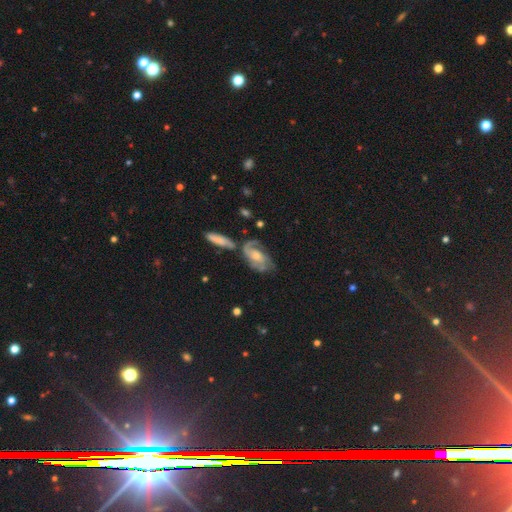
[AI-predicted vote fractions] A featured or disk galaxy (76%) with no bar (58%), 2 (55%) medium (46%) spiral arms (91%) and a moderate central bulge (51%). Merging: none (45%).